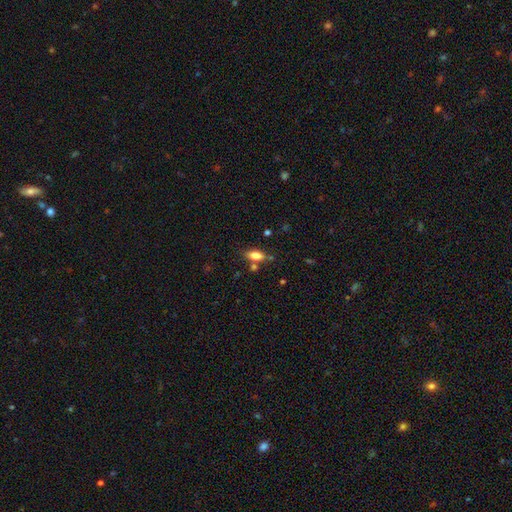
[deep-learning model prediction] This appears to be a smooth galaxy with no disk features (78%) that is in between round and cigar-shaped (81%). Merging: none (70%).